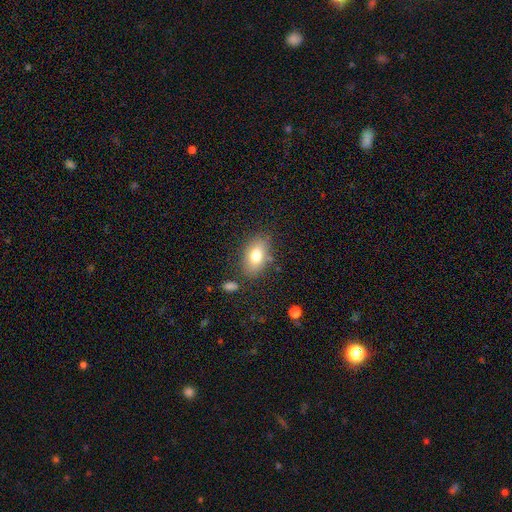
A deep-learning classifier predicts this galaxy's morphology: Overall: smooth (74%). How rounded: in between (87%). Merging: none (77%).